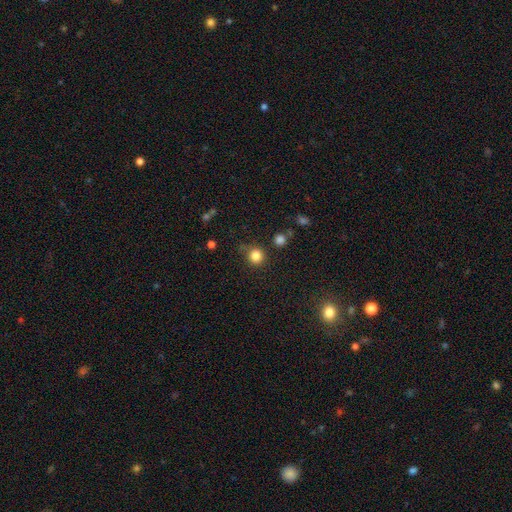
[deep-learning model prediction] A smooth galaxy with no disk features (83%) that is round (92%). Merging: none (77%).